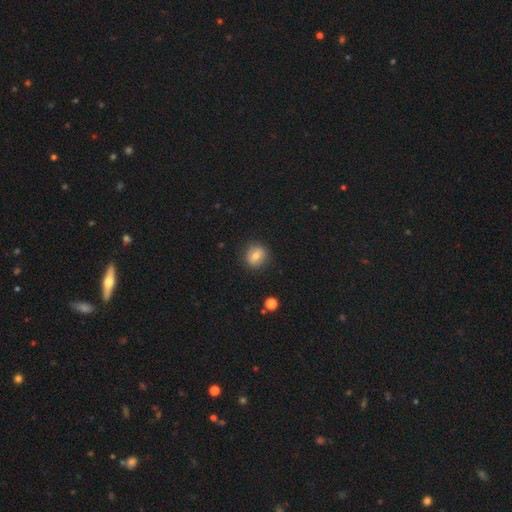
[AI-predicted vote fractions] Morphology: type=smooth (73%); roundness=round (86%); merging=none (87%).